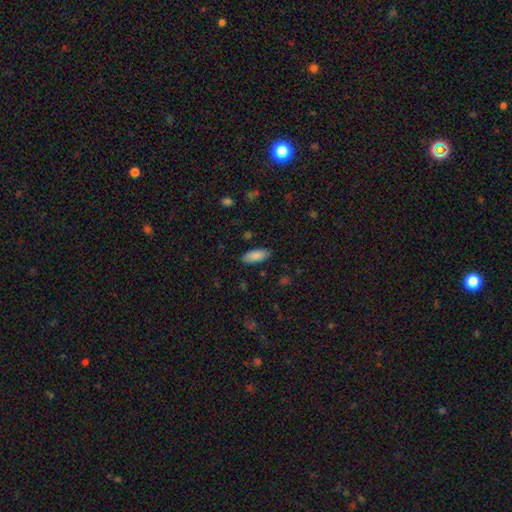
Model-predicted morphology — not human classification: Smooth or featured: smooth — 88% (star or artifact — 7%)
How rounded: in between — 82% (cigar-shaped — 16%)
Merging: none — 86% (minor disturbance — 10%)